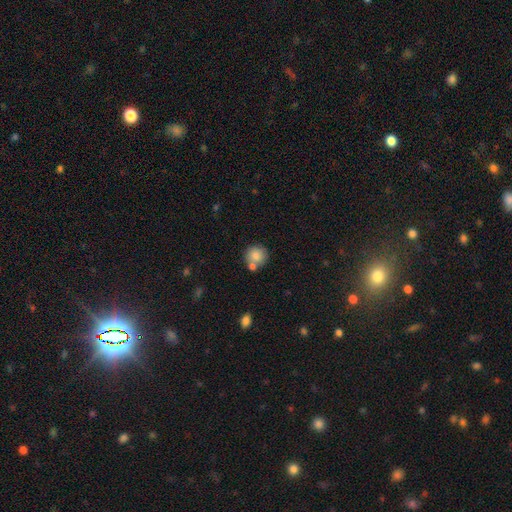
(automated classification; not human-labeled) The model was most divided on "merging": none: 63%, merger: 23%, minor disturbance: 11%, major disturbance: 3%. More confident: how rounded — round (89%); smooth or featured — smooth (82%).